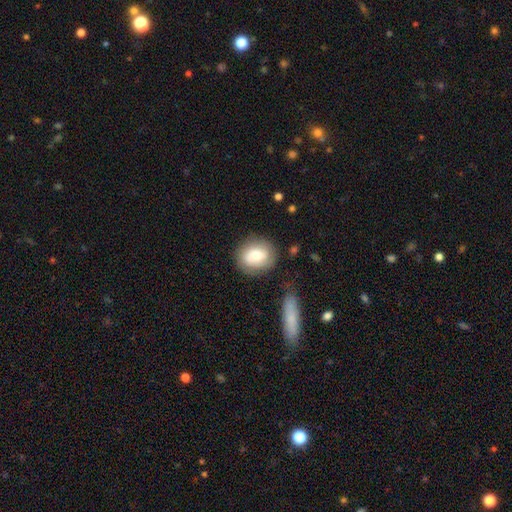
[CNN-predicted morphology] A smooth galaxy with no disk features (74%) that is round (66%).

Vote fractions:
- Smooth or featured? smooth: 74% / featured or disk: 19% / star or artifact: 7%
- How rounded? round: 66% / in between: 33% / cigar-shaped: 1%
- Merging? none: 78% / minor disturbance: 14% / major disturbance: 5% / merger: 3%